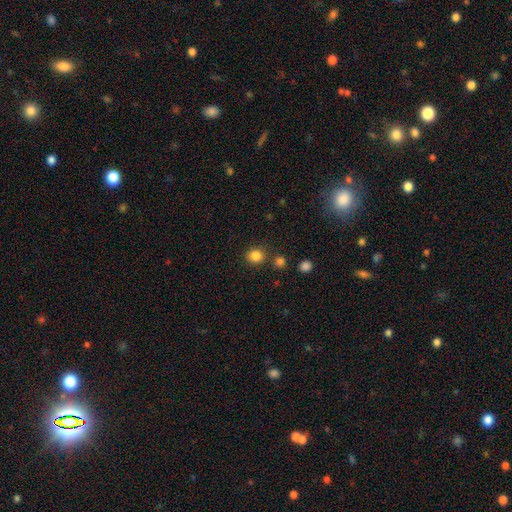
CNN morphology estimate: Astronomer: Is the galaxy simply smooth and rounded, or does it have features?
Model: smooth — 84%.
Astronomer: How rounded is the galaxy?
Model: round — 84%.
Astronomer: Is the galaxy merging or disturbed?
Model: none — 83%.